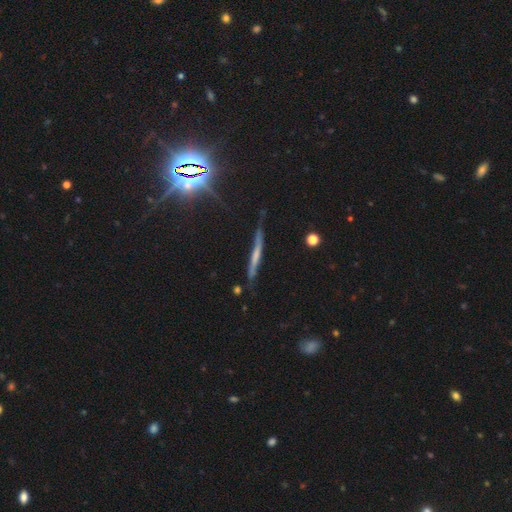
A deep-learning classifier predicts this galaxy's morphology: A featured or disk galaxy (49%). Merging: none (68%).